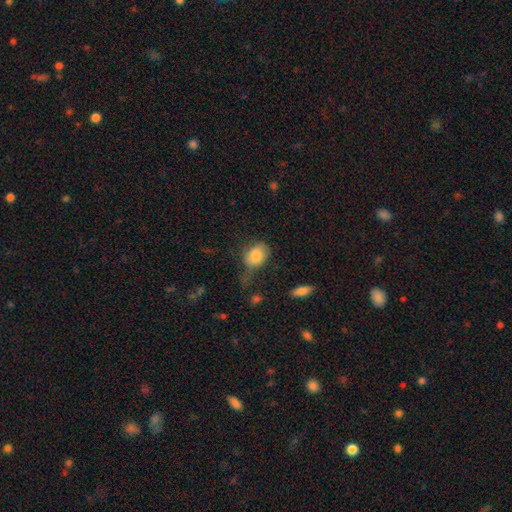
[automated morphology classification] Q: Smooth or featured?
A: smooth (83%); runner-up: featured or disk (9%)
Q: How rounded?
A: in between (57%); runner-up: round (41%)
Q: Merging?
A: none (42%); runner-up: minor disturbance (33%)